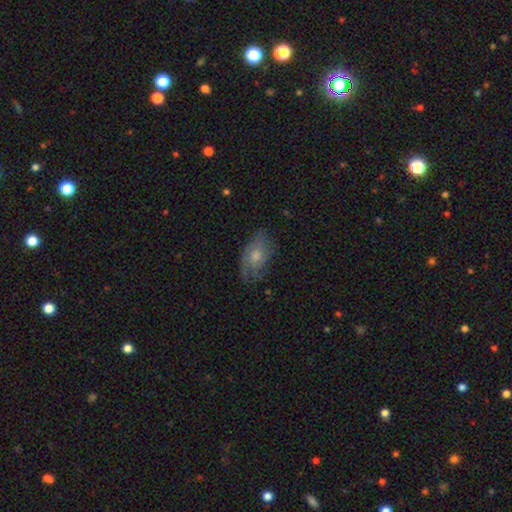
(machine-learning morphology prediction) smooth-or-featured: featured or disk: 47% | smooth: 42% | star or artifact: 11%
  merging: none: 69% | minor disturbance: 22% | major disturbance: 7% | merger: 1%